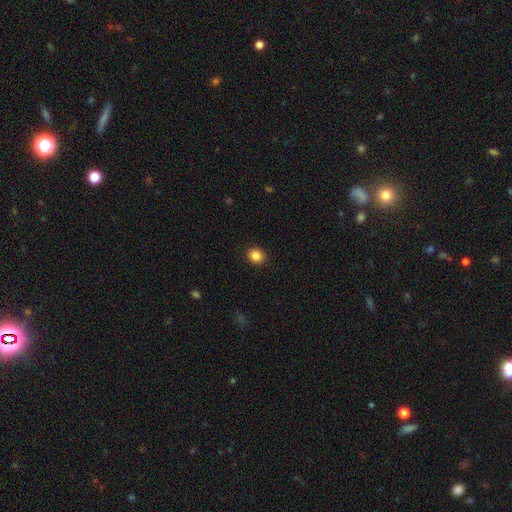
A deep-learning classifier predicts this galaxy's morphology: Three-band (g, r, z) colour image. It shows a smooth galaxy with no disk features (86%) that is round (81%). Merging: none (92%).